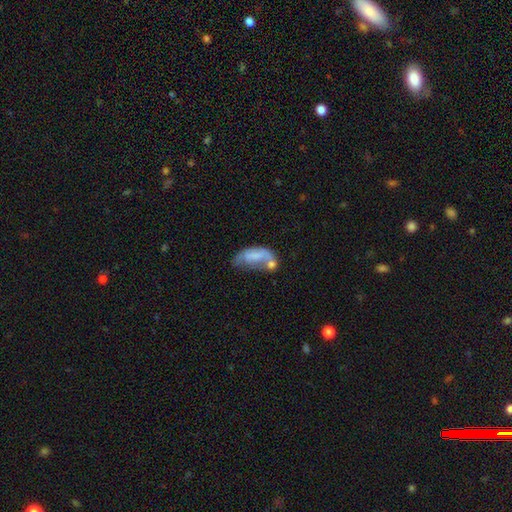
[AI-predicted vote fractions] Smooth or featured? smooth (55%)
How rounded? in between (88%)
Merging? merger (30%)